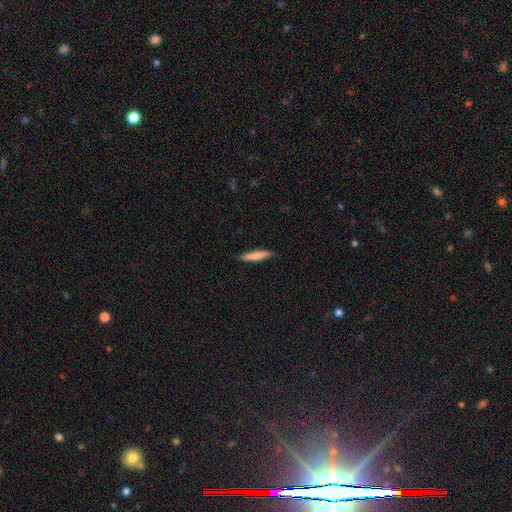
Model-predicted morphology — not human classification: Smooth or featured?
  - smooth: 78% *
  - featured or disk: 16%
  - star or artifact: 6%
How rounded?
  - cigar-shaped: 90% *
  - in between: 9%
  - round: 1%
Merging?
  - none: 88% *
  - minor disturbance: 10%
  - major disturbance: 2%
  - merger: 1%